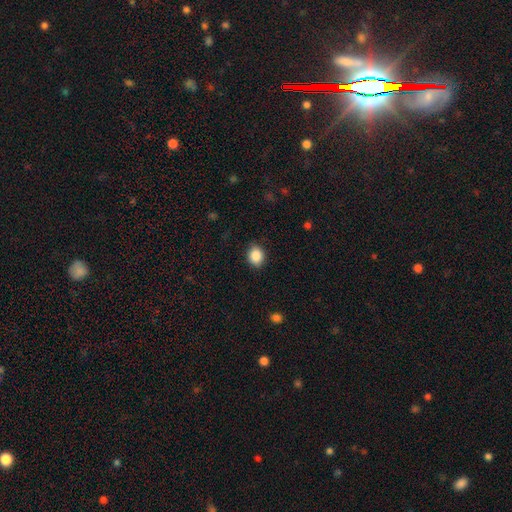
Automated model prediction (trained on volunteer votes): A smooth galaxy with no disk features (88%) that is round (57%). Merging: none (86%).